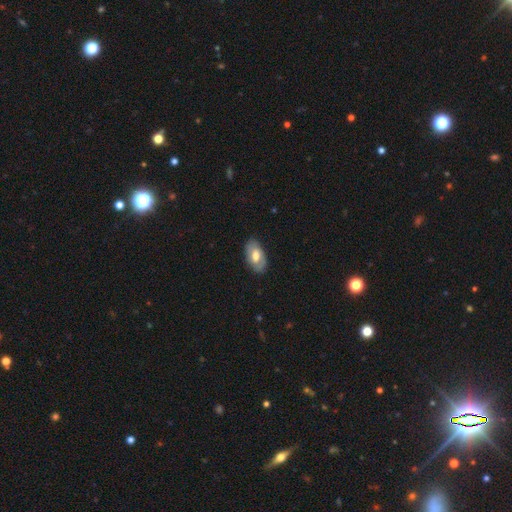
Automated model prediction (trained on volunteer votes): A smooth galaxy with no disk features (58%) that is in between round and cigar-shaped (93%).

Vote fractions:
- Smooth or featured? smooth: 58% / featured or disk: 36% / star or artifact: 6%
- How rounded? in between: 93% / round: 5% / cigar-shaped: 2%
- Merging? none: 83% / minor disturbance: 13% / major disturbance: 3% / merger: 1%